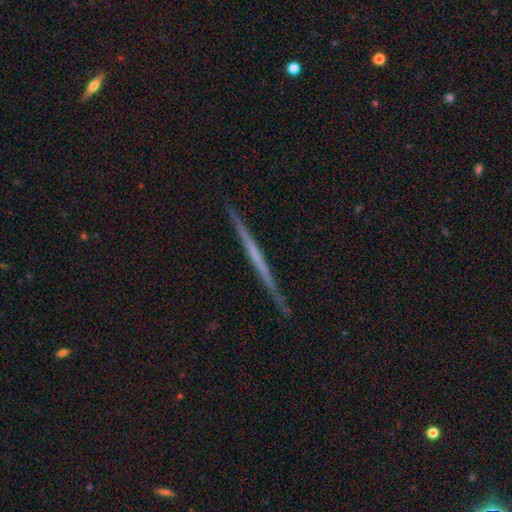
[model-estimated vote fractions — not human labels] Smooth or featured? Predicted: featured or disk (p=0.65). Edge-on disk? Predicted: yes (p=0.98). Edge-on bulge? Predicted: none (p=0.89). Merging? Predicted: none (p=0.91).